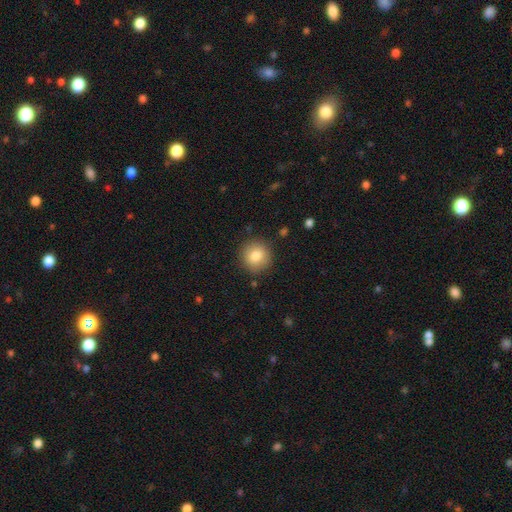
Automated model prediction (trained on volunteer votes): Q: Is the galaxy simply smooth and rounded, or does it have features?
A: smooth — 82%.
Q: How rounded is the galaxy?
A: round — 92%.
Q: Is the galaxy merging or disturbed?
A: none — 88%.